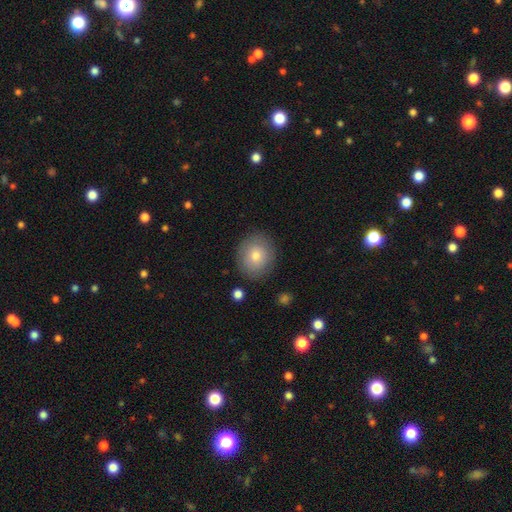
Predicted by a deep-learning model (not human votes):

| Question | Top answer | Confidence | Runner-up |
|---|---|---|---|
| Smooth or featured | smooth | 73% | featured or disk (18%) |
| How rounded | round | 76% | in between (23%) |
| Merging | none | 86% | minor disturbance (10%) |